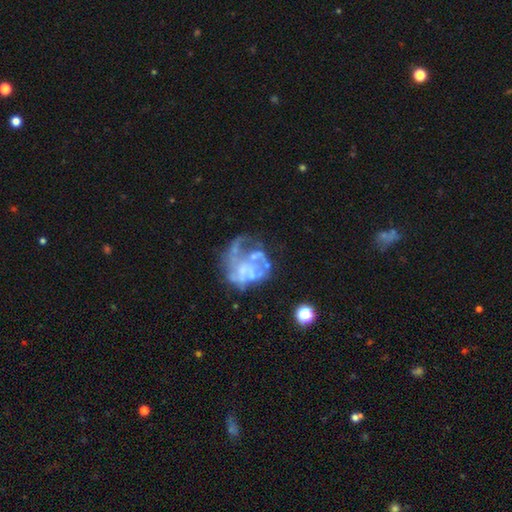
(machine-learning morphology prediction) Smooth or featured? Predicted: featured or disk (p=0.75). Edge-on disk? Predicted: no (p=0.99). Bar? Predicted: no (p=0.84). Spiral arms? Predicted: no (p=0.61). Bulge size? Predicted: none (p=0.64). Merging? Predicted: major disturbance (p=0.38).